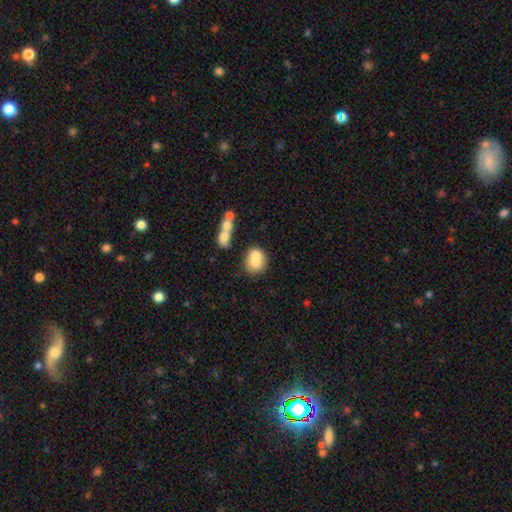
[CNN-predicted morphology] Q: Smooth or featured?
A: smooth (68%); runner-up: featured or disk (23%)
Q: How rounded?
A: round (65%); runner-up: in between (33%)
Q: Merging?
A: merger (55%); runner-up: none (31%)